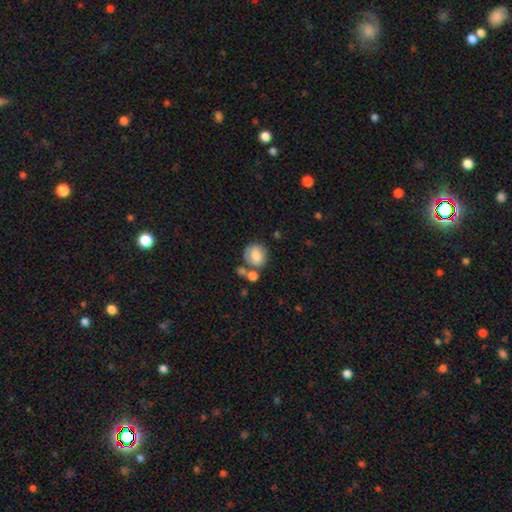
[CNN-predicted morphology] Smooth or featured? Predicted: smooth (p=0.78). How rounded? Predicted: round (p=0.69). Merging? Predicted: none (p=0.52).